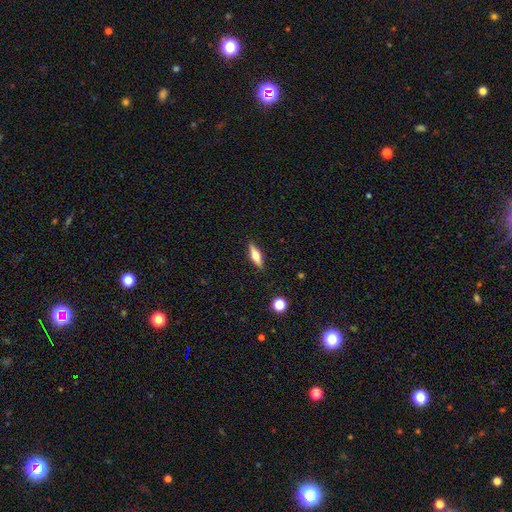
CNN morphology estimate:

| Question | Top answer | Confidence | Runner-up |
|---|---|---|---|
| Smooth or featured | smooth | 46% | tied: featured or disk (46%) |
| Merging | none | 89% | minor disturbance (8%) |